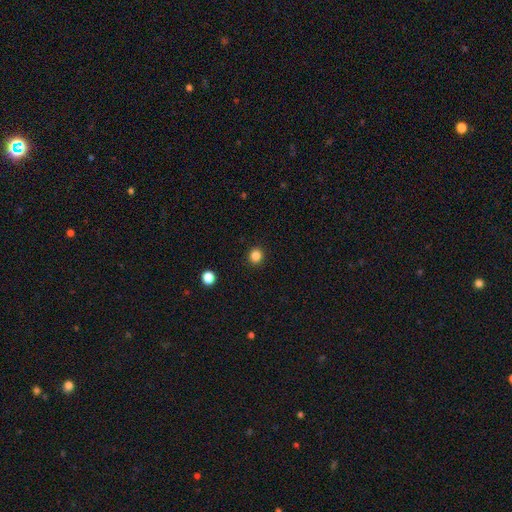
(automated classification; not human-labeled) The model was most divided on "smooth or featured": smooth: 85%, star or artifact: 12%, featured or disk: 3%. More confident: merging — none (92%); how rounded — round (89%).